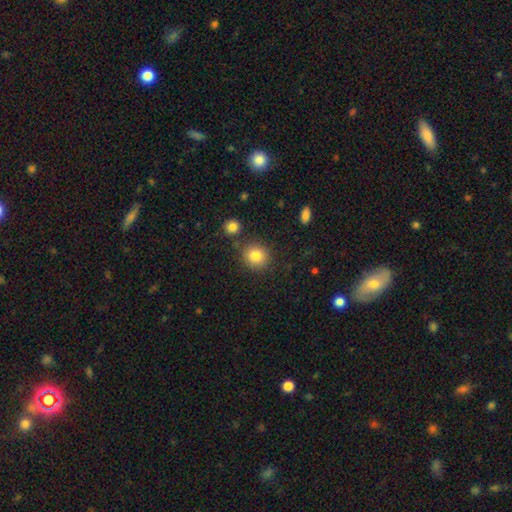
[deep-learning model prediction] A smooth galaxy with no disk features (83%) that is round (87%).

Vote fractions:
- Smooth or featured? smooth: 83% / star or artifact: 10% / featured or disk: 7%
- How rounded? round: 87% / in between: 12% / cigar-shaped: 1%
- Merging? none: 84% / minor disturbance: 8% / merger: 5% / major disturbance: 3%